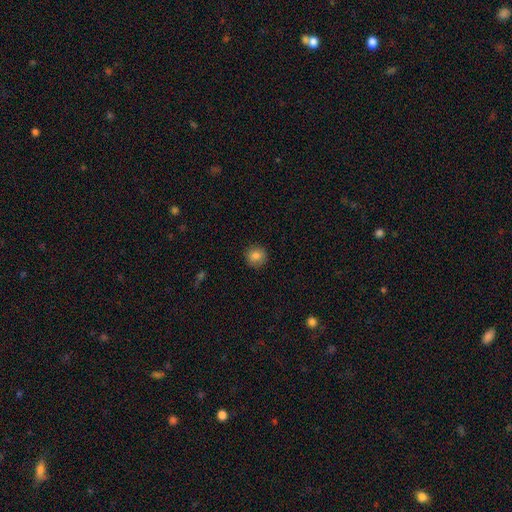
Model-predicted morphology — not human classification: This appears to be a smooth galaxy with no disk features (83%) that is round (92%). Merging: none (90%).